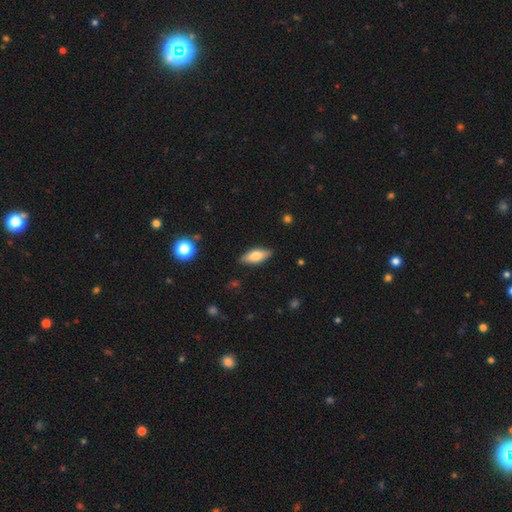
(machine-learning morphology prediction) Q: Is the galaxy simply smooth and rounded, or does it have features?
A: smooth — 64%.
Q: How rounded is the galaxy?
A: in between — 74%.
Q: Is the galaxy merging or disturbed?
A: none — 87%.